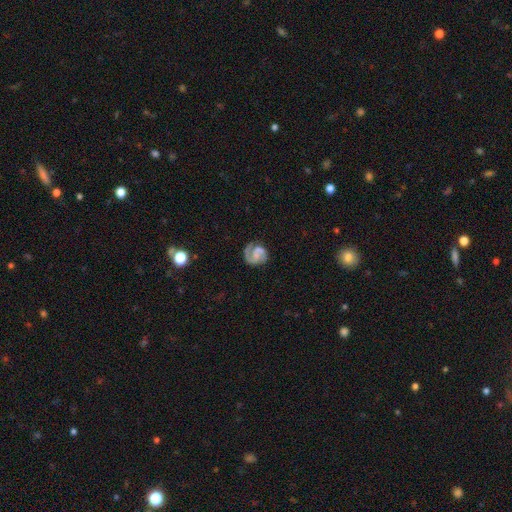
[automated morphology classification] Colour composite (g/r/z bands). It shows a featured or disk galaxy (81%) with no bar (46%), 2 (78%) medium (47%) spiral arms (96%) and a small central bulge (41%). Merging: none (69%).